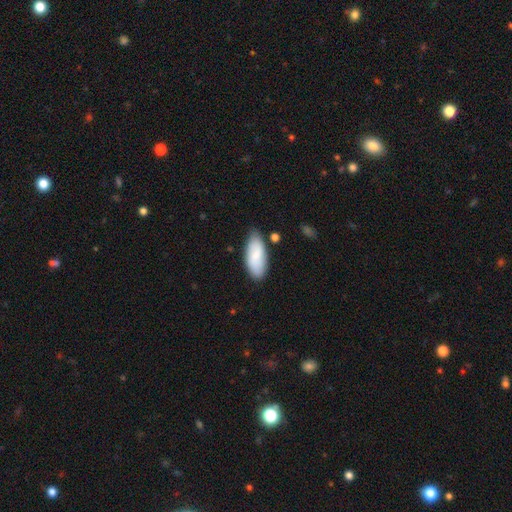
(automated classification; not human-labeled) Smooth or featured?
  - smooth: 75% *
  - featured or disk: 19%
  - star or artifact: 6%
How rounded?
  - in between: 88% *
  - cigar-shaped: 10%
  - round: 2%
Merging?
  - none: 76% *
  - minor disturbance: 17%
  - merger: 3%
  - major disturbance: 3%